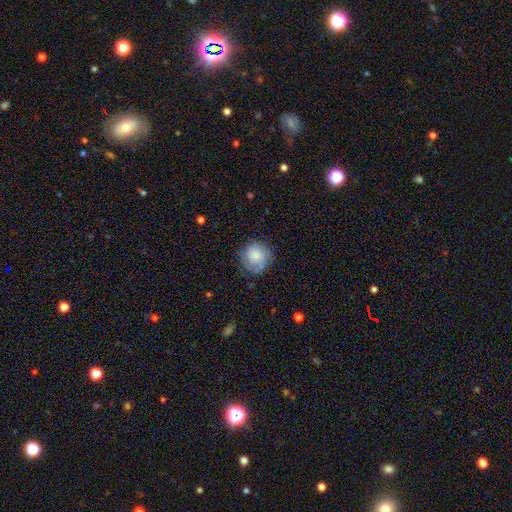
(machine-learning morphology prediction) smooth-or-featured: smooth: 74% | featured or disk: 18% | star or artifact: 8%
  how-rounded: round: 89% | in between: 10% | cigar-shaped: 1%
  merging: none: 70% | minor disturbance: 21% | major disturbance: 7% | merger: 2%